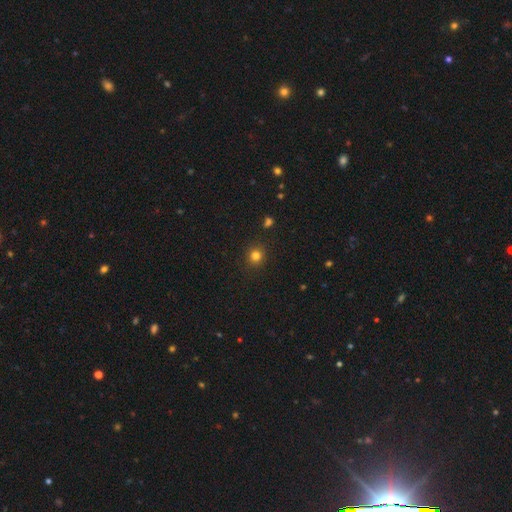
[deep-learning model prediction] A smooth galaxy with no disk features (80%) that is round (90%).

Vote fractions:
- Smooth or featured? smooth: 80% / star or artifact: 15% / featured or disk: 5%
- How rounded? round: 90% / in between: 9% / cigar-shaped: 1%
- Merging? none: 90% / minor disturbance: 7% / major disturbance: 2% / merger: 2%